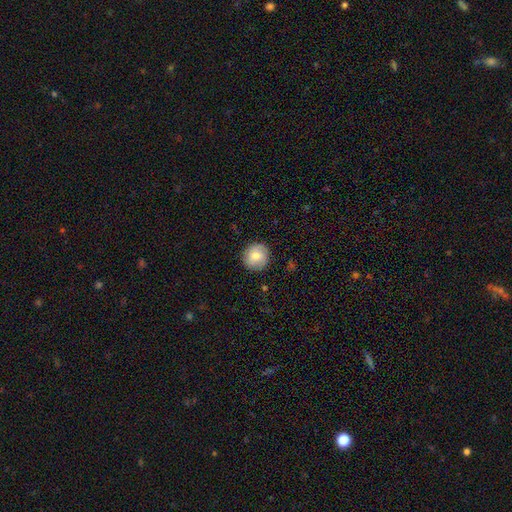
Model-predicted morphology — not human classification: This is likely a smooth galaxy (76%). How rounded: clearly round (93%). Merging: clearly none (88%).